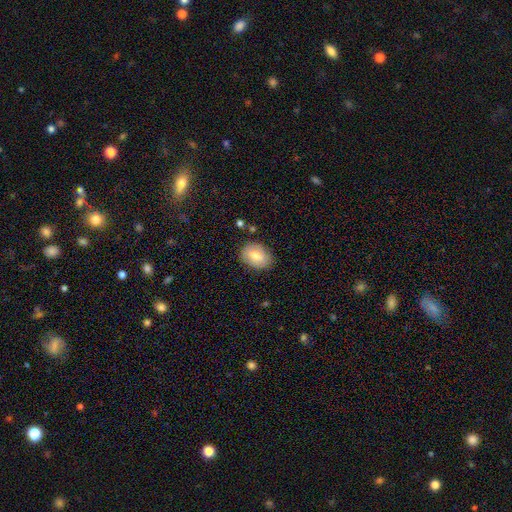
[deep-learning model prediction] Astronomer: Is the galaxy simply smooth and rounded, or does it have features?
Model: smooth — 72%.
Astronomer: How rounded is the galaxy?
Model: in between — 75%.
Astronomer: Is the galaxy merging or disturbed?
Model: none — 80%.